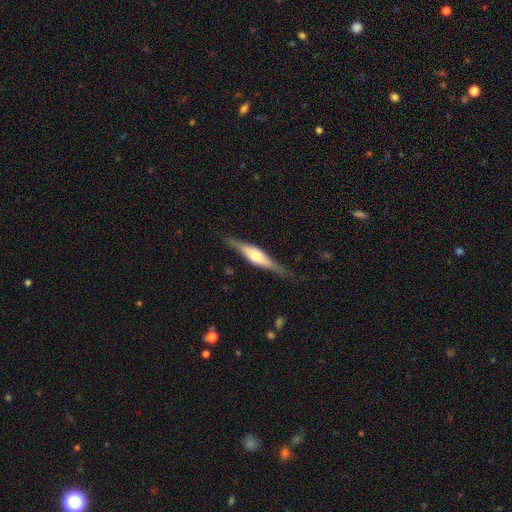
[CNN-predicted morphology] A featured or disk galaxy (72%) viewed edge-on (97%) with a rounded central bulge (82%).

Vote fractions:
- Smooth or featured? featured or disk: 72% / smooth: 22% / star or artifact: 5%
- Edge-on disk? yes: 97% / no: 3%
- Edge-on bulge? rounded: 82% / boxy: 15% / none: 3%
- Merging? none: 83% / minor disturbance: 13% / major disturbance: 3% / merger: 1%